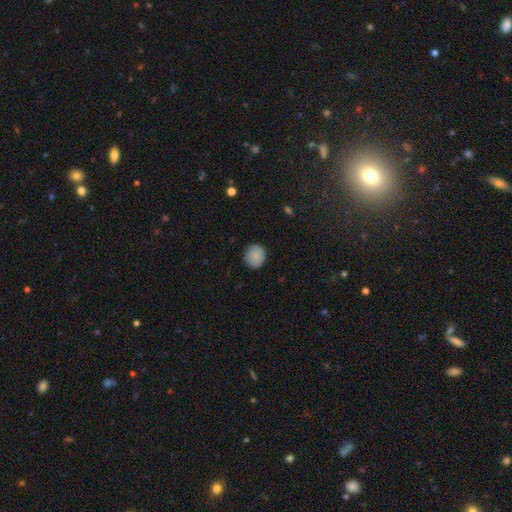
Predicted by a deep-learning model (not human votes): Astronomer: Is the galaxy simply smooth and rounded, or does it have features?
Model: smooth — 83%.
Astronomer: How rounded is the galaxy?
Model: round — 83%.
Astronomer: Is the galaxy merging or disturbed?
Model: none — 85%.